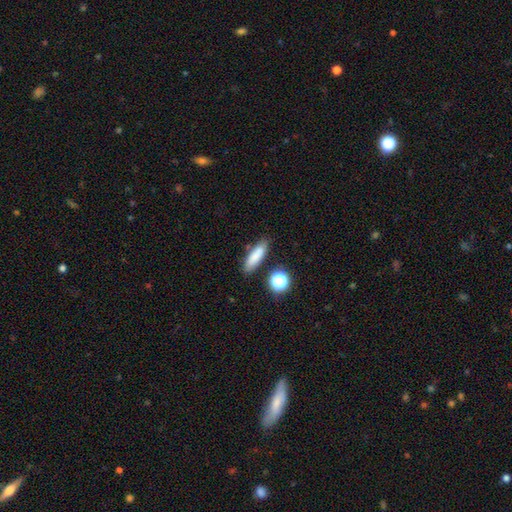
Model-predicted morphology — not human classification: Q: Smooth or featured?
A: smooth (81%); runner-up: star or artifact (10%)
Q: How rounded?
A: cigar-shaped (50%); runner-up: in between (45%)
Q: Merging?
A: none (79%); runner-up: minor disturbance (12%)